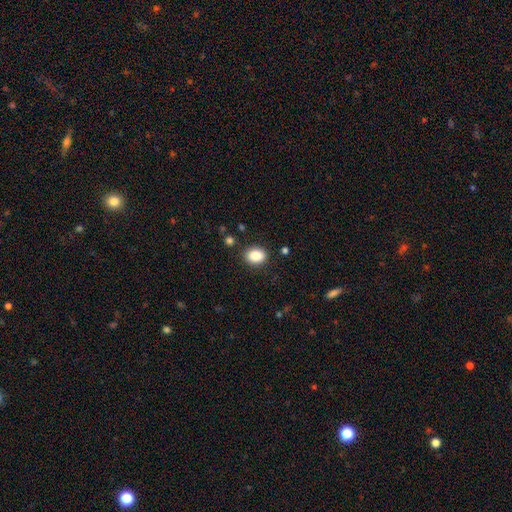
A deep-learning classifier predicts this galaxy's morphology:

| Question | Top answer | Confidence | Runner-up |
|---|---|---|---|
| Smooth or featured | smooth | 88% | star or artifact (8%) |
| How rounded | in between | 67% | round (32%) |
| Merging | none | 86% | minor disturbance (9%) |